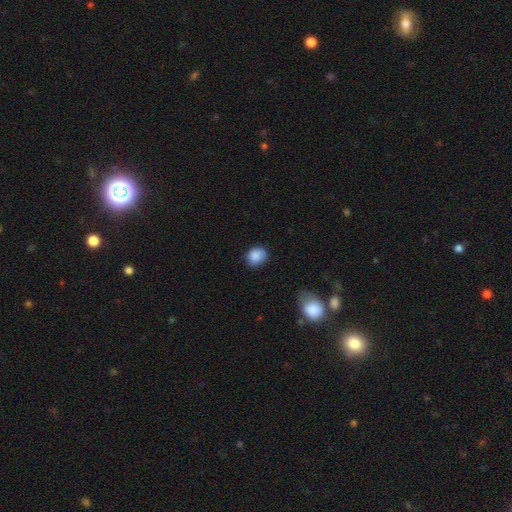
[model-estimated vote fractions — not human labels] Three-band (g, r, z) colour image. It shows a smooth galaxy with no disk features (85%) that is round (70%). Merging: none (70%).